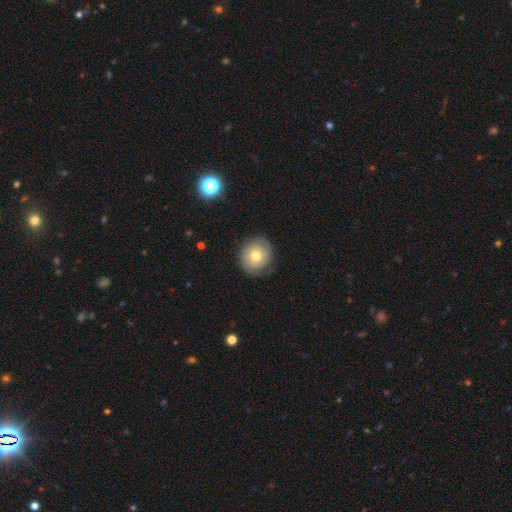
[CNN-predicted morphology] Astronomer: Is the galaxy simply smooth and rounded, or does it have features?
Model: smooth — 62%.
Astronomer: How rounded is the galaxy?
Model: round — 85%.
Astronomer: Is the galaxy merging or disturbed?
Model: none — 81%.